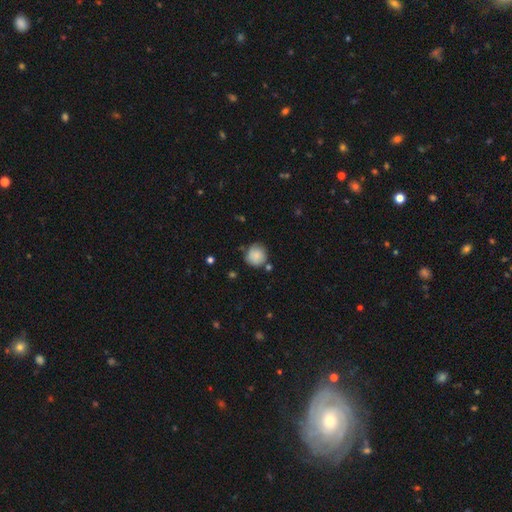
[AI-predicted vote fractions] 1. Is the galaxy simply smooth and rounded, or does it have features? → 83% smooth, 9% featured or disk, 8% star or artifact.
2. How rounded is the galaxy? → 91% round, 8% in between, 1% cigar-shaped.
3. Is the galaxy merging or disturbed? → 74% none, 17% minor disturbance, 6% merger, 4% major disturbance.